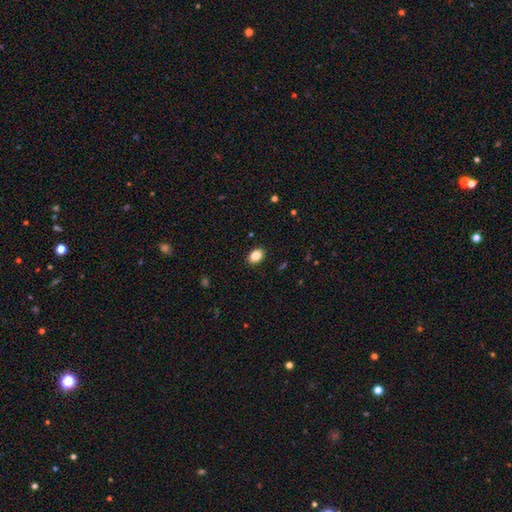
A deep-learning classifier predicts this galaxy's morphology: smooth 85%, star or artifact 9%, featured or disk 6%. Down the decision tree: how rounded — in between (82%); merging — none (90%).